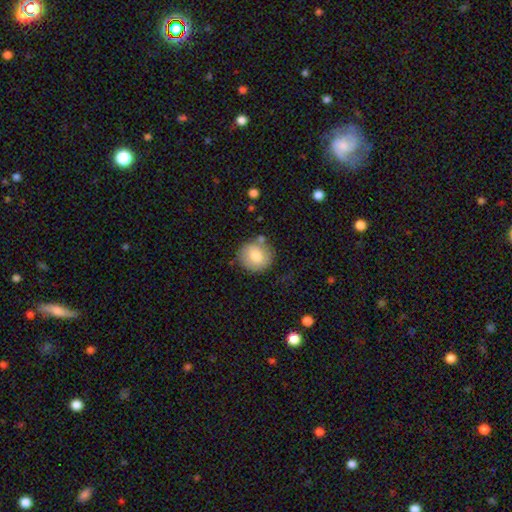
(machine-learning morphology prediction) This appears to be a smooth galaxy with no disk features (80%) that is round (89%). Merging: none (77%).